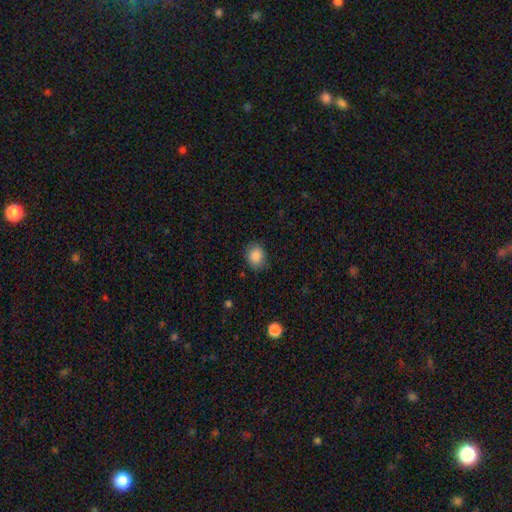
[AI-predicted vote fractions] Smooth or featured? Predicted: smooth (p=0.87). How rounded? Predicted: round (p=0.54). Merging? Predicted: none (p=0.84).